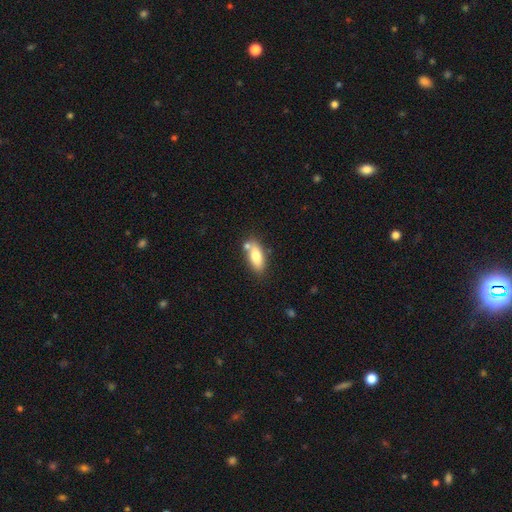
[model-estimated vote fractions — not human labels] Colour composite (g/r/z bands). It shows a smooth galaxy with no disk features (79%) that is in between round and cigar-shaped (80%). Merging: none (63%).